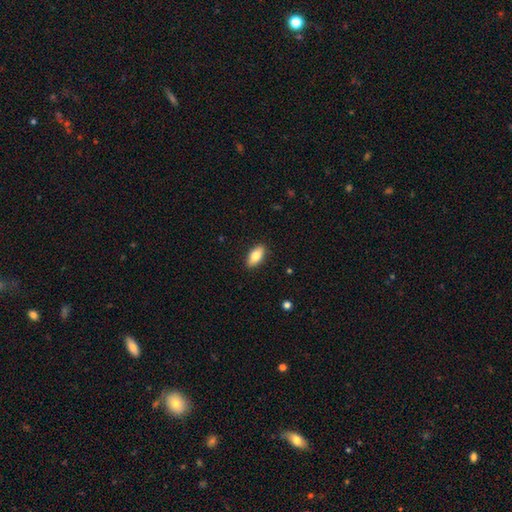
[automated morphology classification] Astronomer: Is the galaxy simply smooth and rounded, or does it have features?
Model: smooth — 77%.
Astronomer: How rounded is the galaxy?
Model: in between — 86%.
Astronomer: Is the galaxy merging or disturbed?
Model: none — 89%.